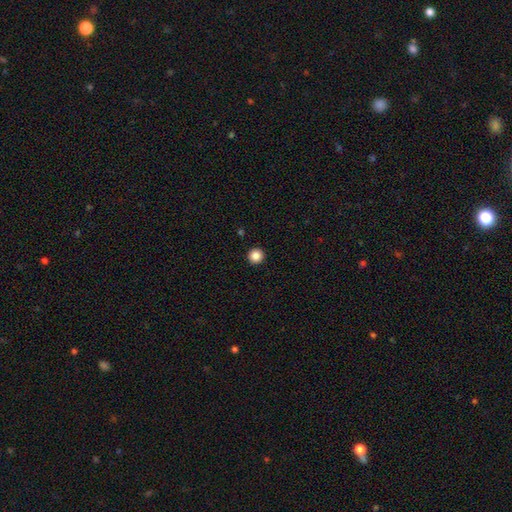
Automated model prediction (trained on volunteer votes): The model was most divided on "smooth or featured": smooth: 87%, star or artifact: 10%, featured or disk: 3%. More confident: how rounded — round (97%); merging — none (94%).